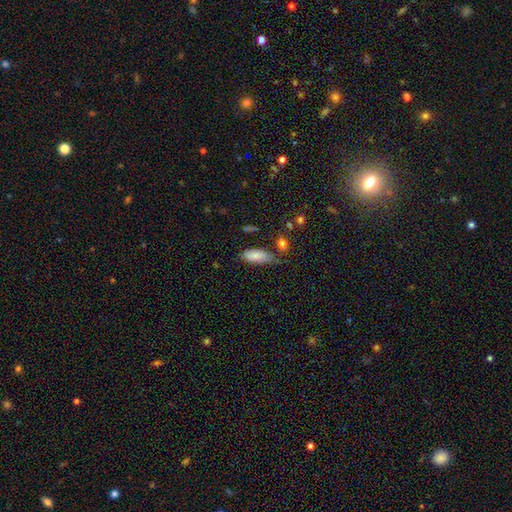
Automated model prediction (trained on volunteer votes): A smooth galaxy with no disk features (80%) that is in between round and cigar-shaped (84%). Merging: none (55%).